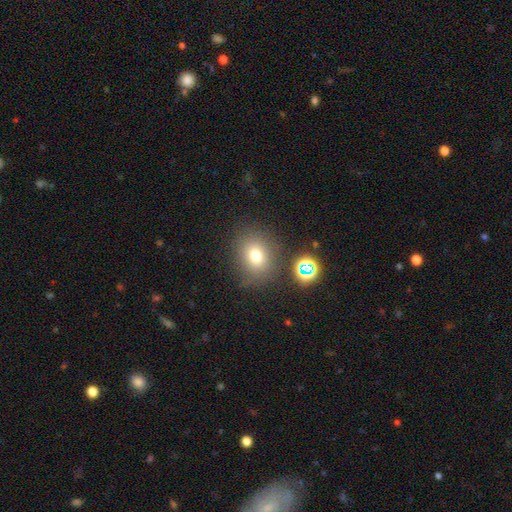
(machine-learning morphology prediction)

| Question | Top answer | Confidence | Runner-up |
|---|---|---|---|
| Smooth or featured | smooth | 74% | star or artifact (16%) |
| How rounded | round | 63% | in between (36%) |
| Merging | none | 78% | minor disturbance (12%) |